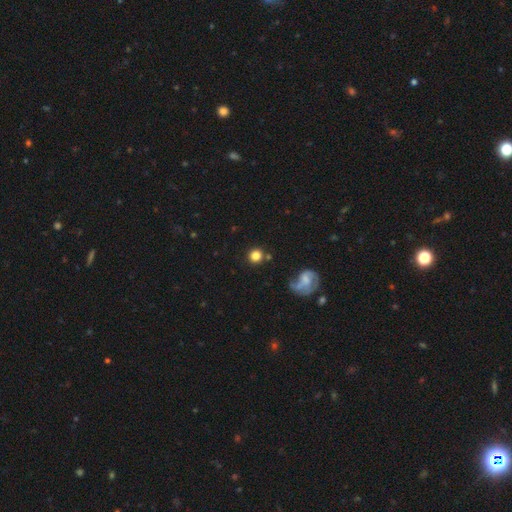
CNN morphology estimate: A smooth galaxy with no disk features (79%) that is round (93%). Merging: none (79%).